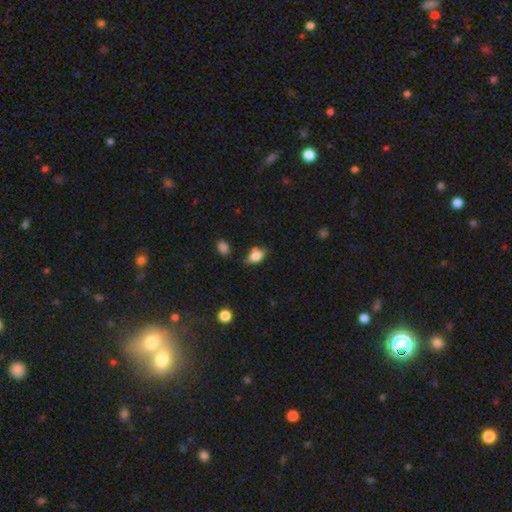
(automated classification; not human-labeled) A smooth galaxy with no disk features (78%) that is in between round and cigar-shaped (85%). Merging: none (65%).